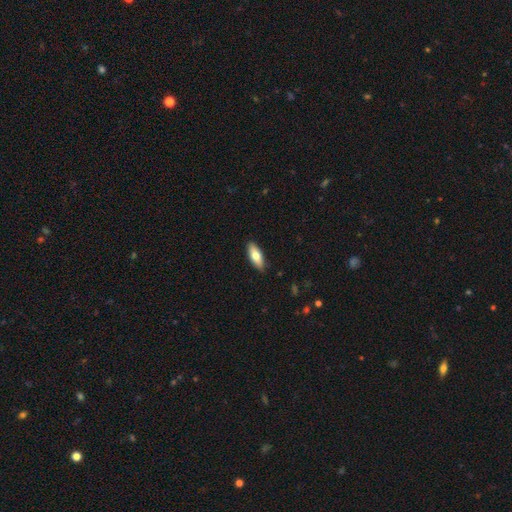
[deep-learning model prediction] Smooth or featured?
  - smooth: 74% *
  - featured or disk: 20%
  - star or artifact: 6%
How rounded?
  - in between: 74% *
  - cigar-shaped: 24%
  - round: 2%
Merging?
  - none: 89% *
  - minor disturbance: 9%
  - major disturbance: 2%
  - merger: 1%